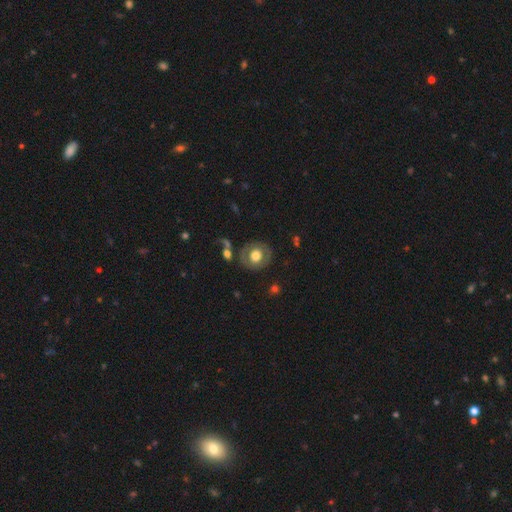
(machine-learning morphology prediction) The model was most divided on "smooth or featured": smooth: 55%, featured or disk: 37%, star or artifact: 7%. More confident: how rounded — round (80%); merging — none (80%).